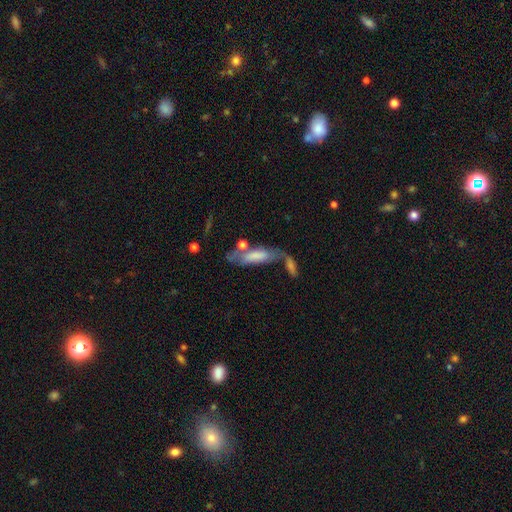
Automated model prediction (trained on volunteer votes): The model was most divided on "how rounded": in between: 51%, cigar-shaped: 47%, round: 2%. Remaining: smooth or featured — smooth (63%); merging — merger (40%).